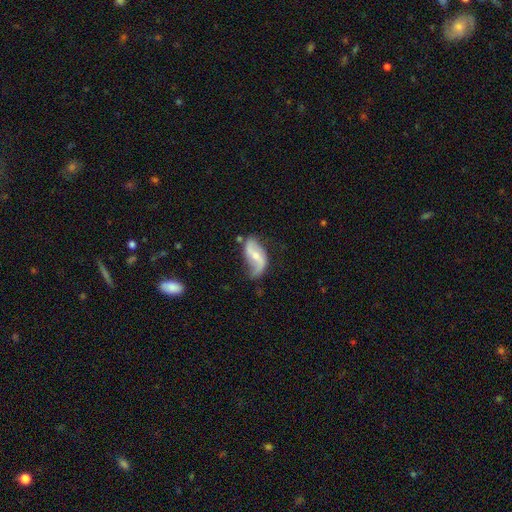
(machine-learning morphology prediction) Overall: featured or disk (76%). Edge-on disk: no (95%). Bar: weak (41%; no 29%). Spiral arms: yes (91%). Spiral arm count: 2 (83%). Spiral winding: loose (79%). Bulge size: small (50%; moderate 41%). Merging: none (53%; minor disturbance 28%).